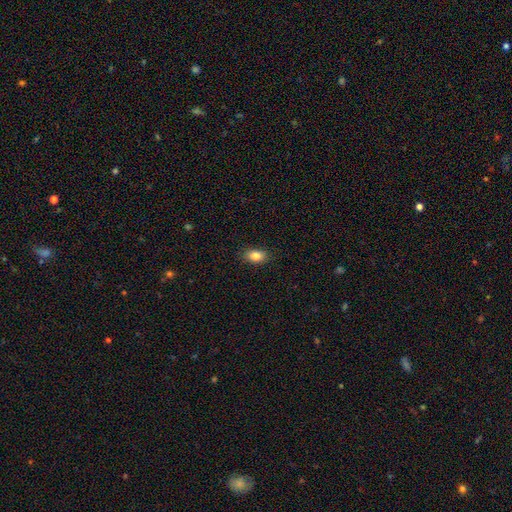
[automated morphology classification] smooth_or_featured: smooth (p=0.84) [alt: star or artifact p=0.09]
how_rounded: in between (p=0.87) [alt: round p=0.11]
merging: none (p=0.88) [alt: minor disturbance p=0.09]